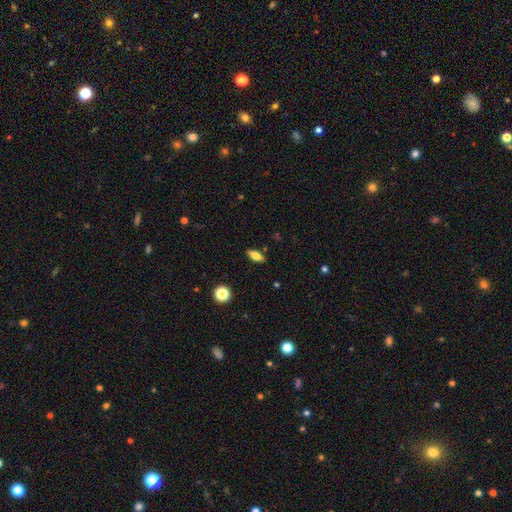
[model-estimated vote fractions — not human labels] Smooth or featured? smooth (71%)
How rounded? in between (79%)
Merging? none (88%)